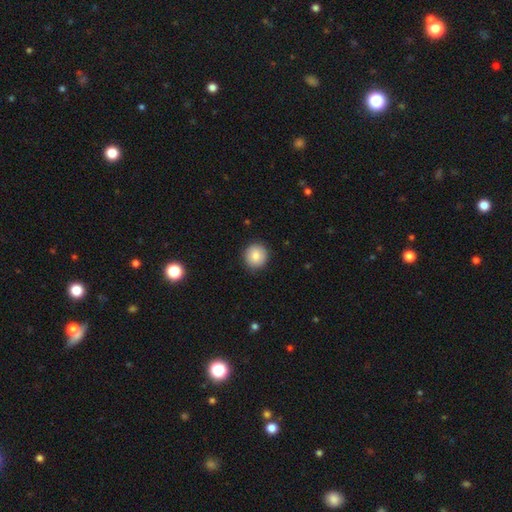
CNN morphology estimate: Smooth or featured?
  - smooth: 84% *
  - featured or disk: 8%
  - star or artifact: 8%
How rounded?
  - round: 92% *
  - in between: 7%
  - cigar-shaped: 1%
Merging?
  - none: 89% *
  - minor disturbance: 8%
  - major disturbance: 2%
  - merger: 1%